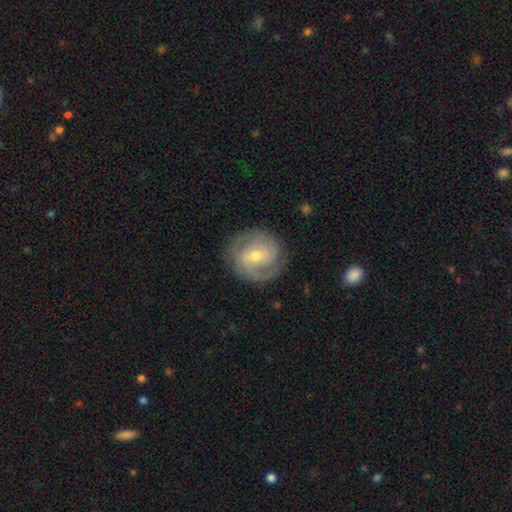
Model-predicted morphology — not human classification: smooth_or_featured: featured or disk (p=0.79) [alt: smooth p=0.16]
disk_edge_on: no (p=0.97) [alt: yes p=0.03]
bar: weak (p=0.52) [alt: no p=0.28]
has_spiral_arms: yes (p=0.92) [alt: no p=0.08]
spiral_winding: tight (p=0.48) [alt: medium p=0.40]
spiral_arm_count: 2 (p=0.63) [alt: can't tell p=0.15]
bulge_size: moderate (p=0.54) [alt: small p=0.43]
merging: none (p=0.82) [alt: minor disturbance p=0.12]